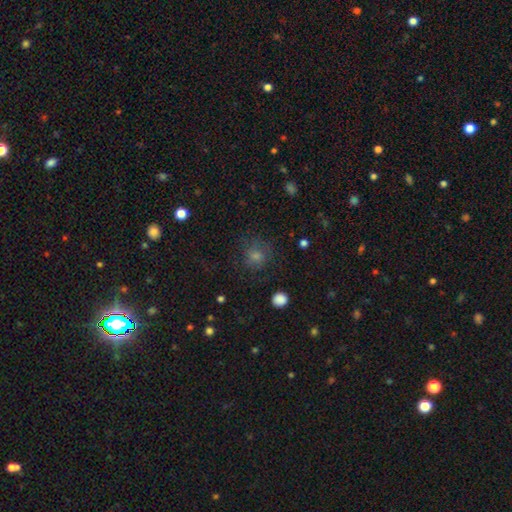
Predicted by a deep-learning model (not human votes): This is possibly a smooth galaxy (53%). How rounded: clearly round (83%). Merging: likely none (73%).